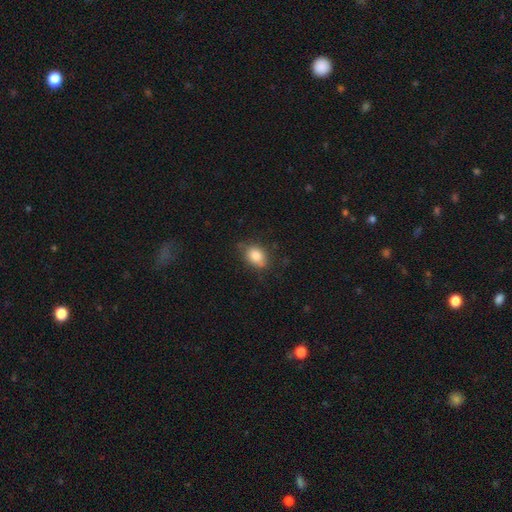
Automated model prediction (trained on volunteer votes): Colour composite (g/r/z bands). It shows a smooth galaxy with no disk features (83%) that is in between round and cigar-shaped (70%). Merging: none (69%).